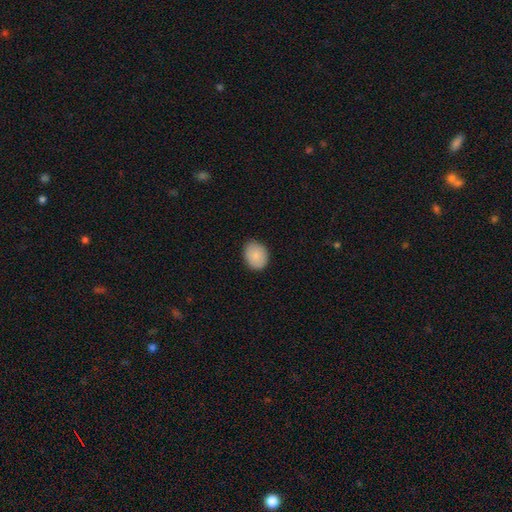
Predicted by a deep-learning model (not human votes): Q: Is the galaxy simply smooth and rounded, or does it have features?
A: smooth — 86%.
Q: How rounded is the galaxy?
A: round — 51%.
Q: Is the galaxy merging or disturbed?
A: none — 85%.